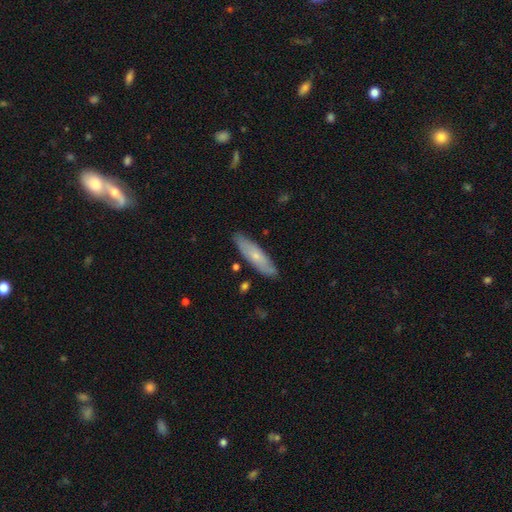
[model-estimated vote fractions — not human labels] This is possibly a smooth galaxy (58%). How rounded: likely cigar-shaped (65%). Merging: clearly none (84%).